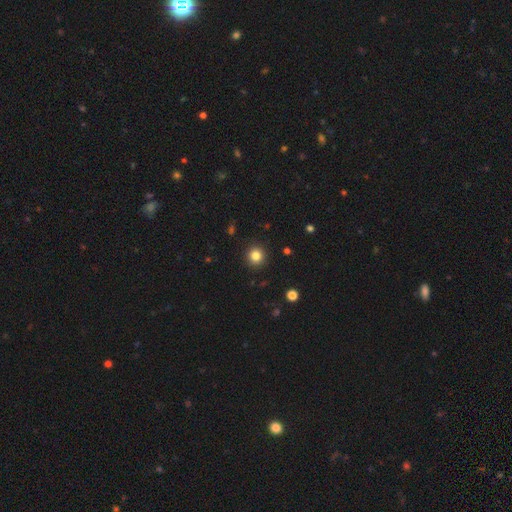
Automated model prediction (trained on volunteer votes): Q: Smooth or featured?
A: smooth (83%); runner-up: star or artifact (12%)
Q: How rounded?
A: round (93%); runner-up: in between (6%)
Q: Merging?
A: none (92%); runner-up: minor disturbance (5%)